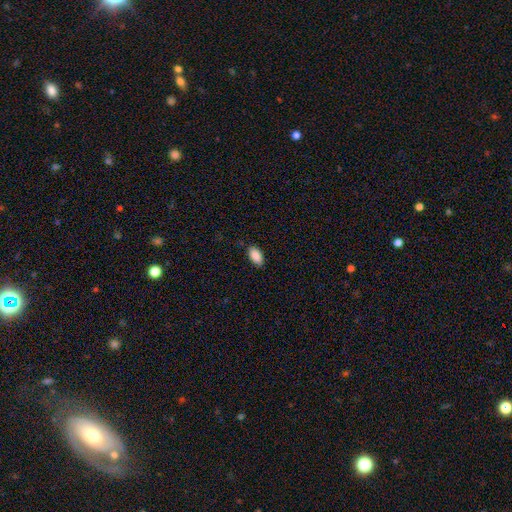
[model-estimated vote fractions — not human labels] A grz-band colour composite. It shows a smooth galaxy with no disk features (90%) that is in between round and cigar-shaped (94%). Merging: none (85%).